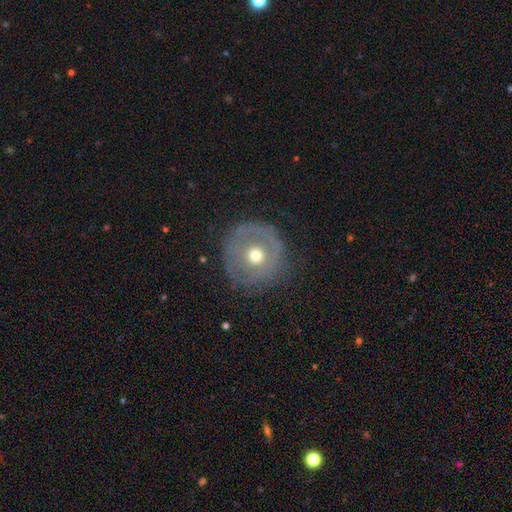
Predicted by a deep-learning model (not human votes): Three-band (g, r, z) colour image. It shows a featured or disk galaxy (46%). Merging: none (75%).